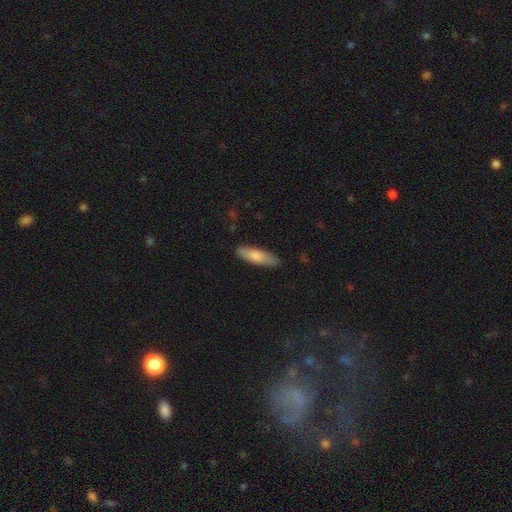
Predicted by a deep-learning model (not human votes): Q: Smooth or featured?
A: smooth (77%); runner-up: featured or disk (18%)
Q: How rounded?
A: cigar-shaped (52%); runner-up: in between (47%)
Q: Merging?
A: none (84%); runner-up: minor disturbance (12%)